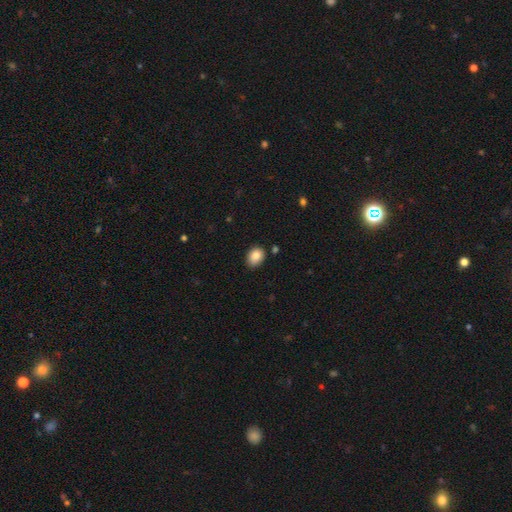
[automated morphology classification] This is clearly a smooth galaxy (87%). How rounded: likely in between (67%). Merging: clearly none (83%).